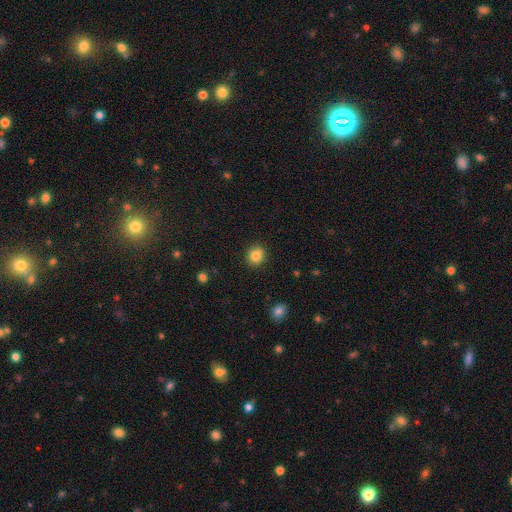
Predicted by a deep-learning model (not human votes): A smooth galaxy with no disk features (85%) that is round (86%).

Vote fractions:
- Smooth or featured? smooth: 85% / star or artifact: 10% / featured or disk: 5%
- How rounded? round: 86% / in between: 13% / cigar-shaped: 1%
- Merging? none: 91% / minor disturbance: 6% / major disturbance: 2% / merger: 1%